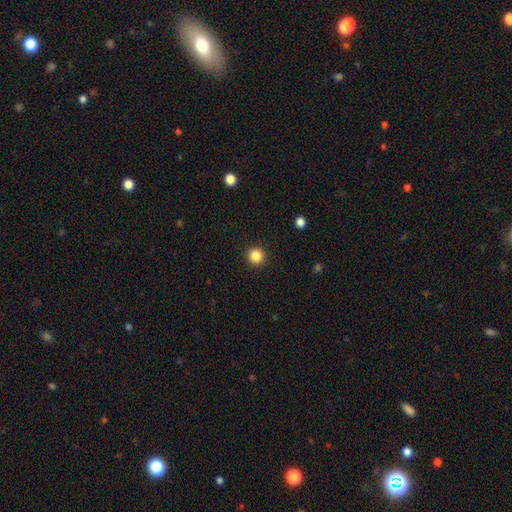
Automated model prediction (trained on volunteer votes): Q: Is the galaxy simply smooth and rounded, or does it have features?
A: smooth — 86%.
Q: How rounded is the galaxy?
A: round — 94%.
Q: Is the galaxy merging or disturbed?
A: none — 92%.